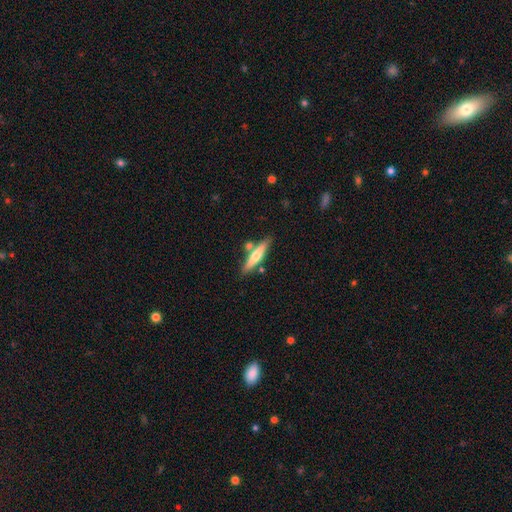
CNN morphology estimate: The model was most divided on "smooth or featured": smooth: 52%, featured or disk: 42%, star or artifact: 5%. More confident: how rounded — cigar-shaped (84%); merging — none (75%).